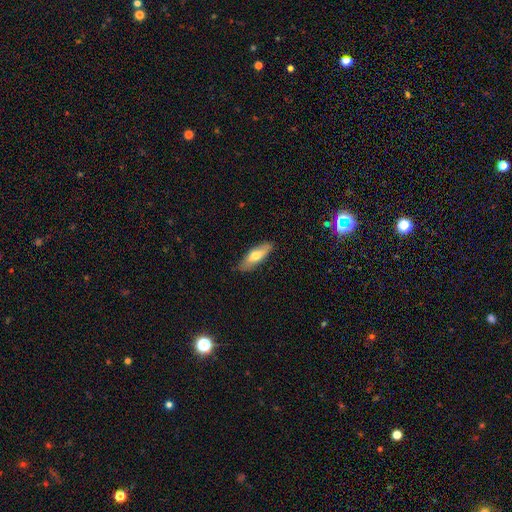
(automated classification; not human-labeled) Overall: smooth (62%; featured or disk 32%). How rounded: in between (52%; cigar-shaped 46%). Merging: none (83%).